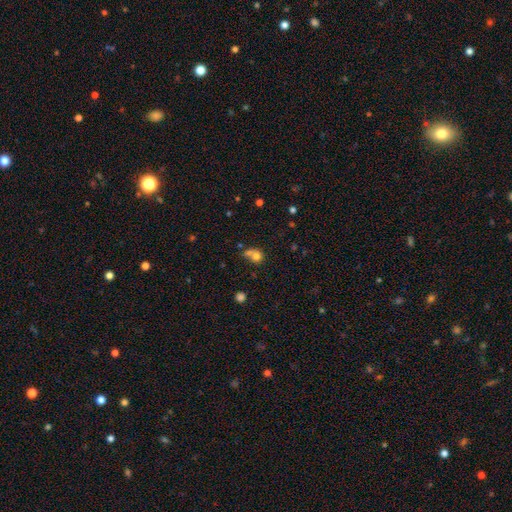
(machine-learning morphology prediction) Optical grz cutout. It shows a smooth galaxy with no disk features (73%) that is round (73%). Merging: merger (46%).